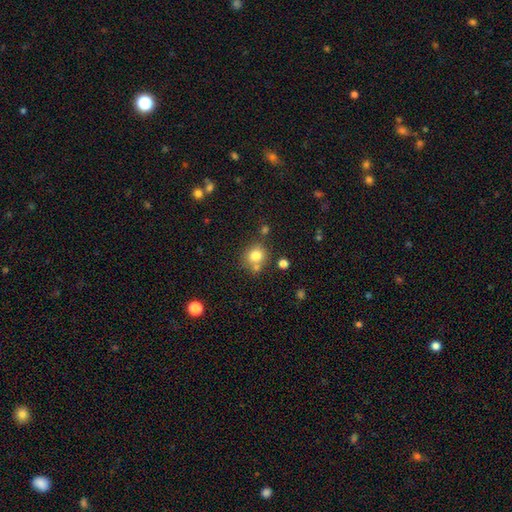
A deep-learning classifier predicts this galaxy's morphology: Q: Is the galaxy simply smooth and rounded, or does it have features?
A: smooth — 79%.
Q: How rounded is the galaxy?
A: round — 82%.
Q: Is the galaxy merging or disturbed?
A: none — 63%.